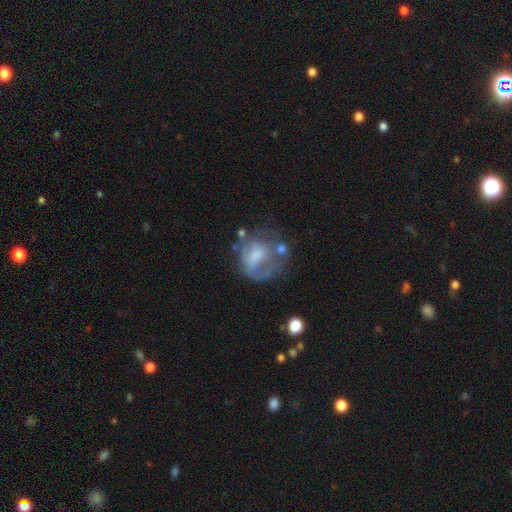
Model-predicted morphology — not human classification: This appears to be a featured or disk galaxy (48%). Merging: major disturbance (34%).